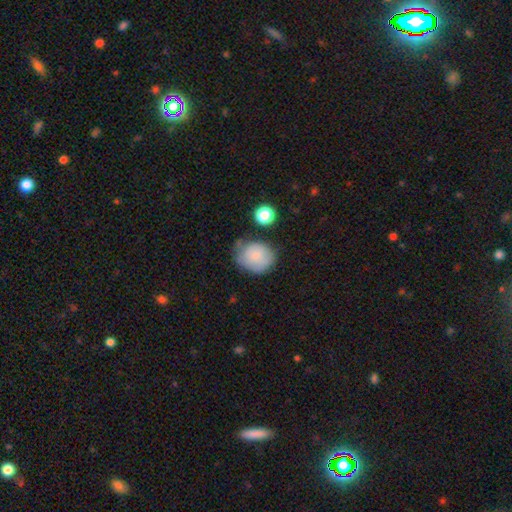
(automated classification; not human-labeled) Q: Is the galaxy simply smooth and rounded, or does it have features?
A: smooth — 76%.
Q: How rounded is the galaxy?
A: round — 62%.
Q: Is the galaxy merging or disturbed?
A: none — 50%.